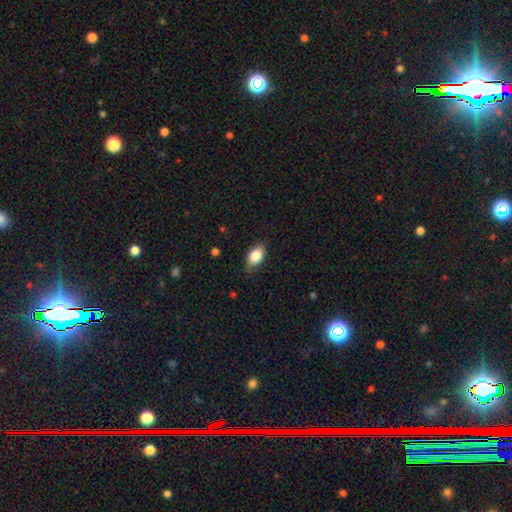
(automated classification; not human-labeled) Smooth or featured? Predicted: smooth (p=0.82). How rounded? Predicted: in between (p=0.89). Merging? Predicted: none (p=0.78).